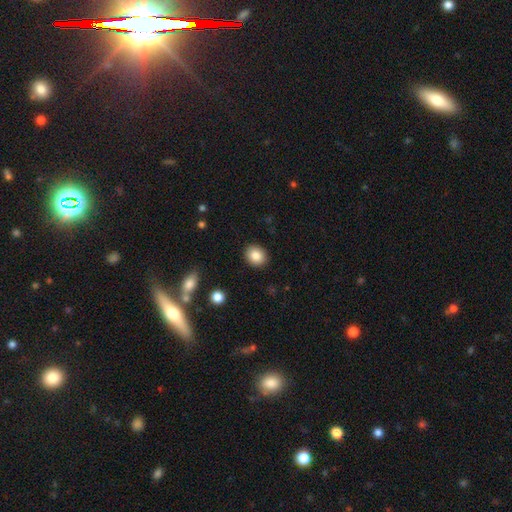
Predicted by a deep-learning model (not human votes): Smooth or featured: smooth — 85% (star or artifact — 9%)
How rounded: round — 63% (in between — 36%)
Merging: none — 90% (minor disturbance — 7%)